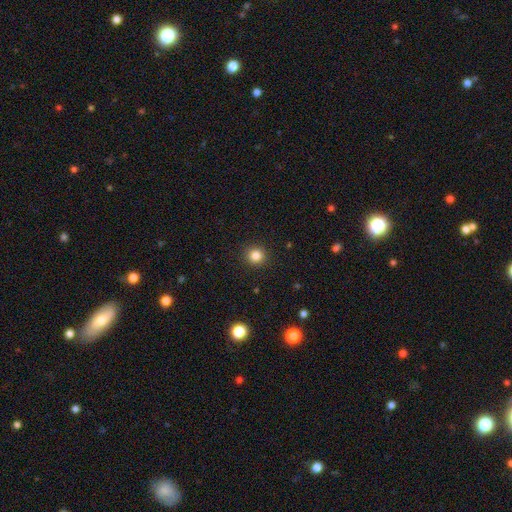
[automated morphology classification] smooth_or_featured: smooth (p=0.84) [alt: star or artifact p=0.12]
how_rounded: round (p=0.93) [alt: in between p=0.06]
merging: none (p=0.92) [alt: minor disturbance p=0.05]